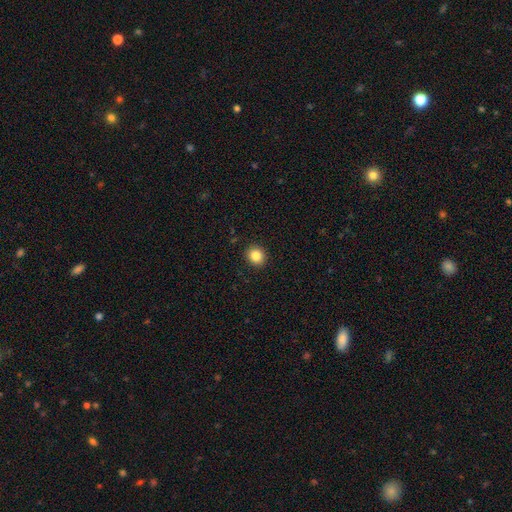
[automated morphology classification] Q: Smooth or featured?
A: smooth (86%); runner-up: star or artifact (10%)
Q: How rounded?
A: round (79%); runner-up: in between (20%)
Q: Merging?
A: none (91%); runner-up: minor disturbance (6%)